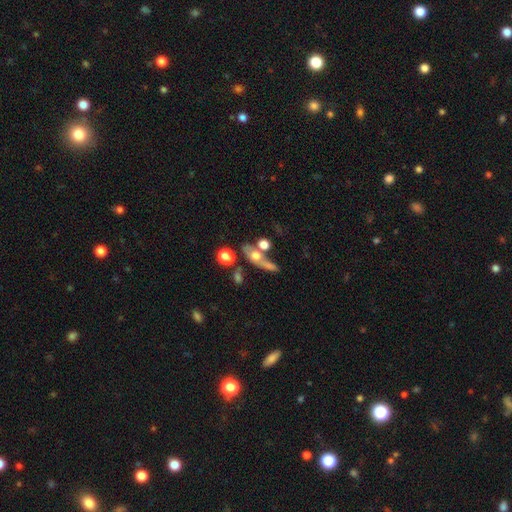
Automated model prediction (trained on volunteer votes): Morphology: type=smooth (49%); merging=merger (36%).